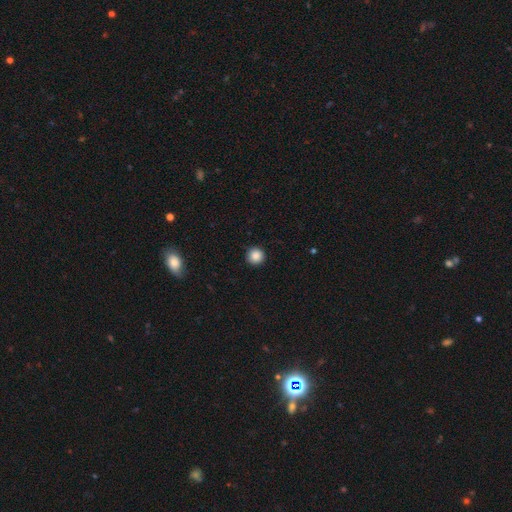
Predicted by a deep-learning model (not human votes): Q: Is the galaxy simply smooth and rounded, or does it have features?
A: smooth — 87%.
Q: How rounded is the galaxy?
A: round — 96%.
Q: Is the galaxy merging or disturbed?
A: none — 92%.